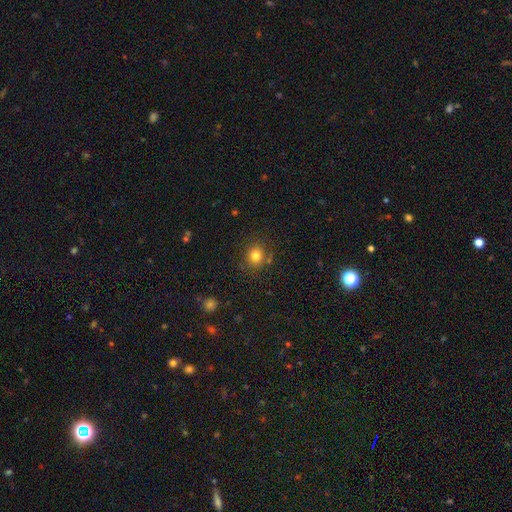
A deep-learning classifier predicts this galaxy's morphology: smooth 80%, star or artifact 13%, featured or disk 7%. Down the decision tree: how rounded — round (81%); merging — none (81%).